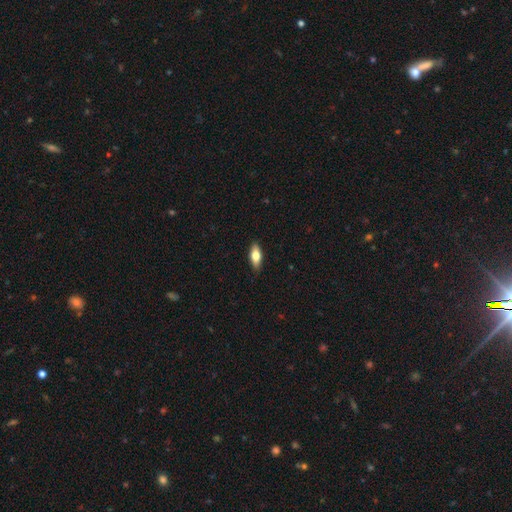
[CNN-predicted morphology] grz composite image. It shows a smooth galaxy with no disk features (71%) that is in between round and cigar-shaped (78%). Merging: none (88%).